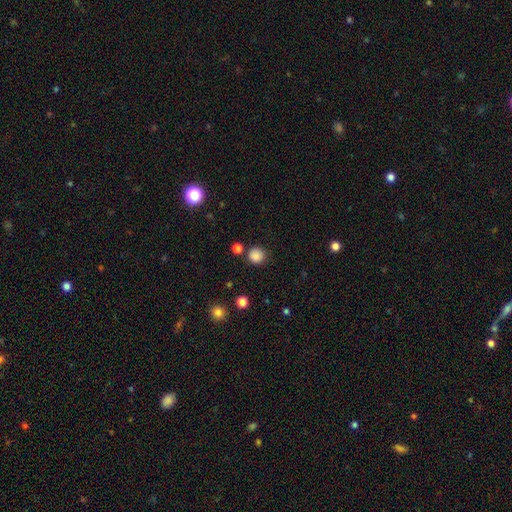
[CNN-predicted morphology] A smooth galaxy with no disk features (84%) that is round (92%). Merging: none (83%).